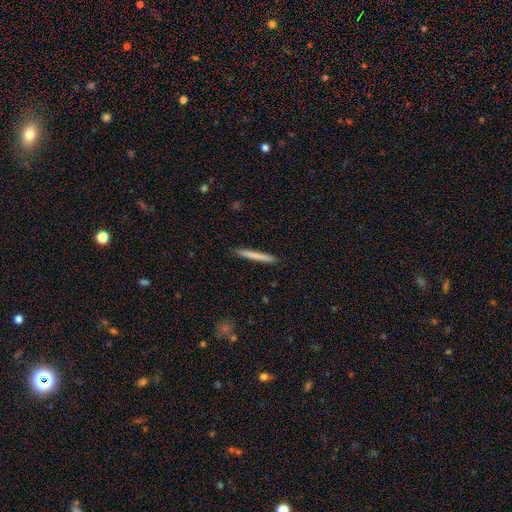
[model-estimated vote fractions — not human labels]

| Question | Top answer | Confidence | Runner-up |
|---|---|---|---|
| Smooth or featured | smooth | 73% | featured or disk (21%) |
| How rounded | cigar-shaped | 97% | in between (2%) |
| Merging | none | 91% | minor disturbance (6%) |